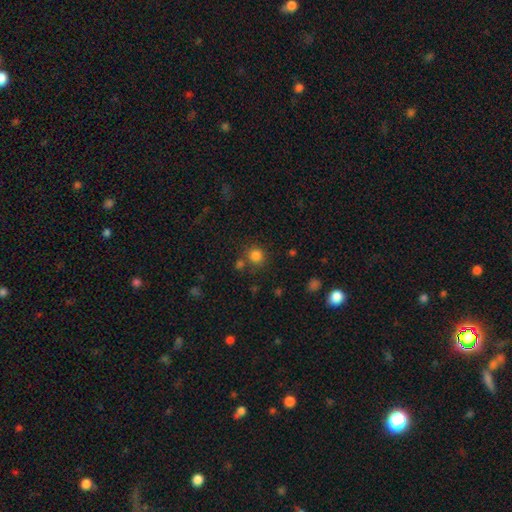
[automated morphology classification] Overall: smooth (82%). How rounded: round (90%). Merging: none (73%).